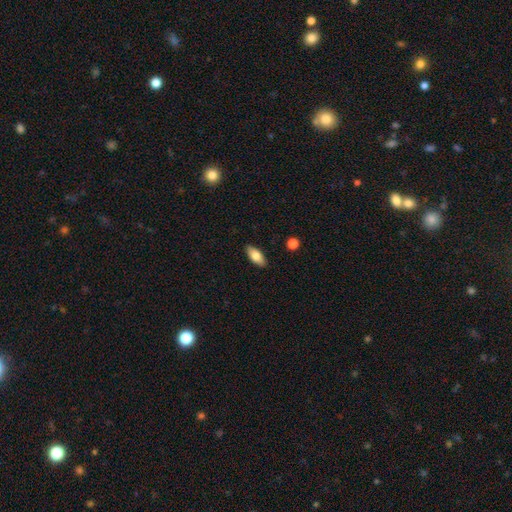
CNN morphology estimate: smooth-or-featured: smooth: 79% | featured or disk: 15% | star or artifact: 7%
  how-rounded: in between: 87% | cigar-shaped: 11% | round: 2%
  merging: none: 89% | minor disturbance: 8% | major disturbance: 2% | merger: 1%